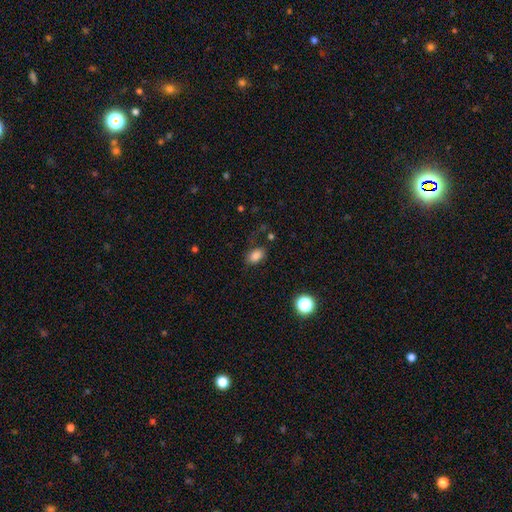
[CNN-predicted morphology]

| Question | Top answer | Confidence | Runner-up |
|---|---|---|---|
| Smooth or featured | smooth | 83% | star or artifact (11%) |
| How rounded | in between | 88% | round (11%) |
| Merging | none | 75% | minor disturbance (16%) |